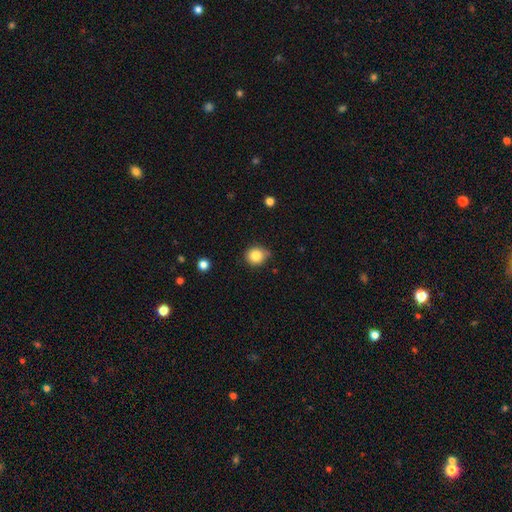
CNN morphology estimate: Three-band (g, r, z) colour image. It shows a smooth galaxy with no disk features (83%) that is round (82%). Merging: none (75%).